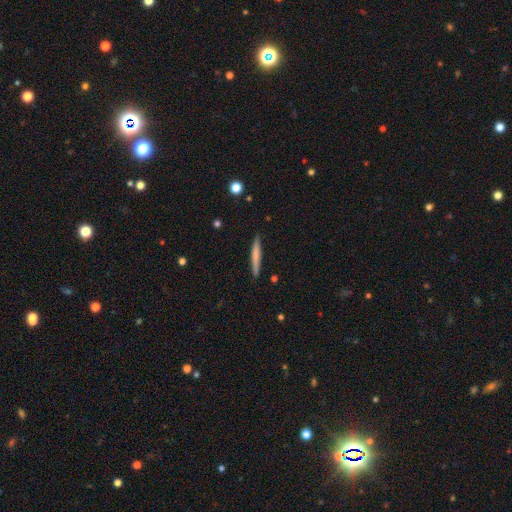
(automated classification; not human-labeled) A smooth galaxy with no disk features (65%) that is cigar-shaped (96%).

Vote fractions:
- Smooth or featured? smooth: 65% / featured or disk: 29% / star or artifact: 6%
- How rounded? cigar-shaped: 96% / in between: 3% / round: 1%
- Merging? none: 90% / minor disturbance: 8% / major disturbance: 2% / merger: 1%